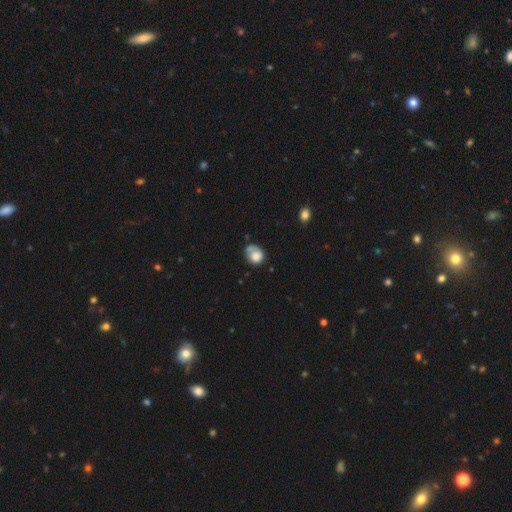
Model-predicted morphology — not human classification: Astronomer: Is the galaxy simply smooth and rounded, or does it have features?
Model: smooth — 74%.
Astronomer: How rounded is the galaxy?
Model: round — 61% (runner-up: in between, 38%).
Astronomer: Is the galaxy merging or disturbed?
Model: none — 46% (runner-up: minor disturbance, 30%).